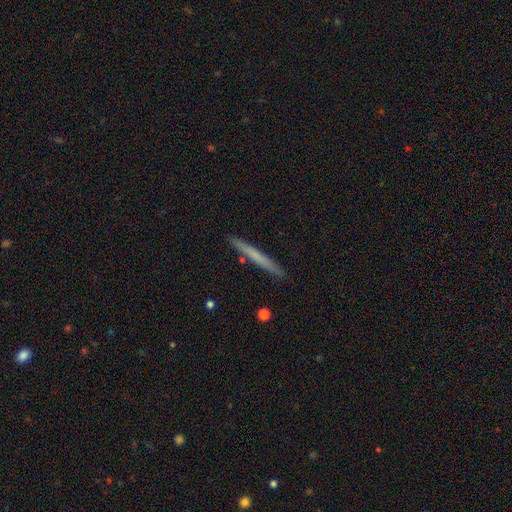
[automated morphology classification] Smooth or featured? Predicted: smooth (p=0.60). How rounded? Predicted: cigar-shaped (p=0.97). Merging? Predicted: none (p=0.91).